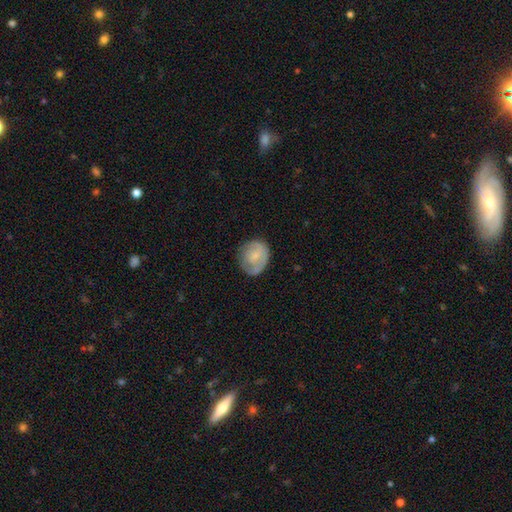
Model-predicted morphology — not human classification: Overall: smooth (59%; featured or disk 34%). How rounded: round (64%; in between 35%). Merging: none (62%; minor disturbance 25%).